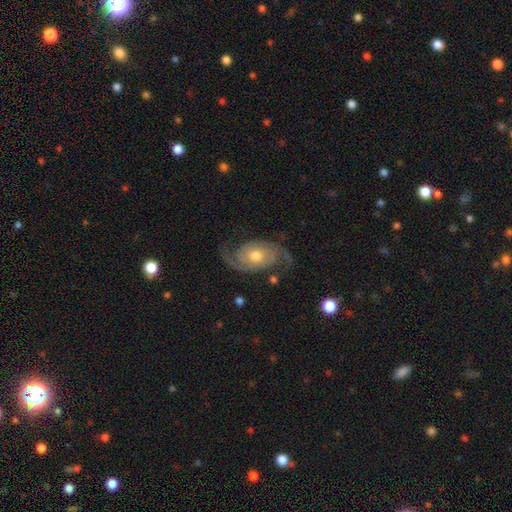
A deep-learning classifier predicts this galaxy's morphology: The model was most divided on "spiral winding": medium: 48%, loose: 28%, tight: 24%. More confident: spiral arms — yes (97%); edge-on disk — no (97%); spiral arm count — 2 (93%); smooth or featured — featured or disk (89%); merging — none (77%); bulge size — moderate (73%); bar — no (73%).